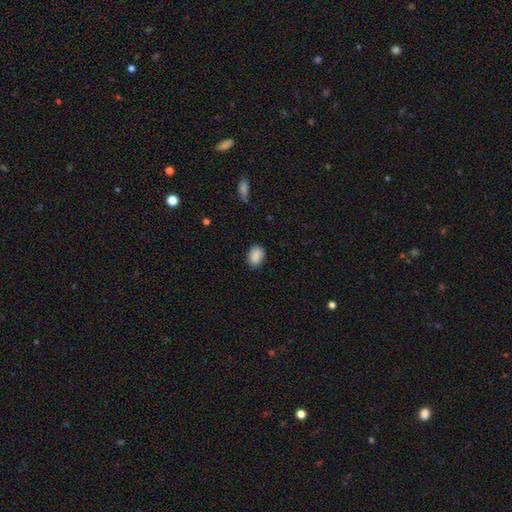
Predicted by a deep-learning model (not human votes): Smooth or featured: smooth — 89% (star or artifact — 8%)
How rounded: in between — 78% (round — 21%)
Merging: none — 84% (minor disturbance — 13%)